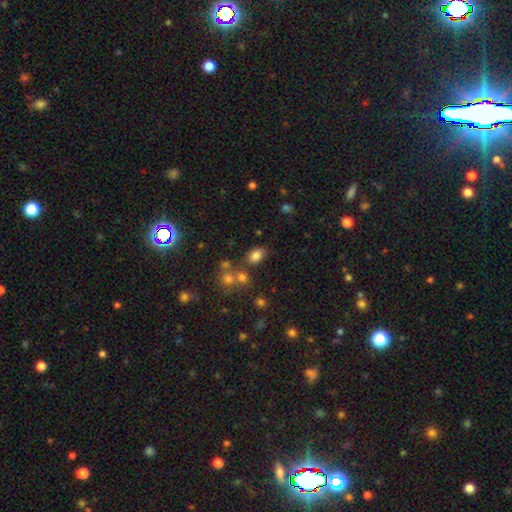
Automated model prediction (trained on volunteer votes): Smooth or featured? Predicted: smooth (p=0.80). How rounded? Predicted: in between (p=0.82). Merging? Predicted: none (p=0.74).